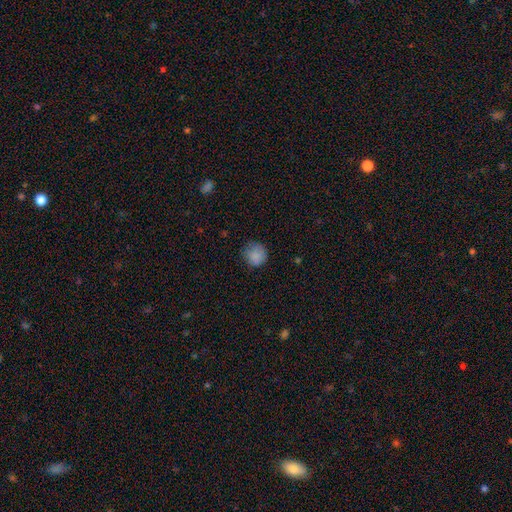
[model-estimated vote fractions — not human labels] smooth 85%, star or artifact 9%, featured or disk 6%. Down the decision tree: how rounded — round (89%); merging — none (75%).